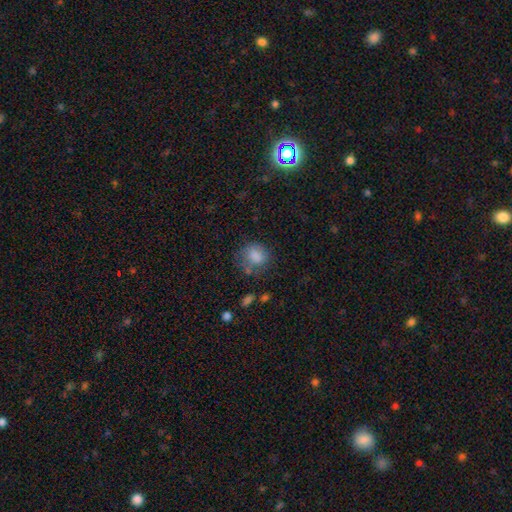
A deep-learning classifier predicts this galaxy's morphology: Smooth or featured? Predicted: smooth (p=0.78). How rounded? Predicted: round (p=0.60). Merging? Predicted: none (p=0.59).